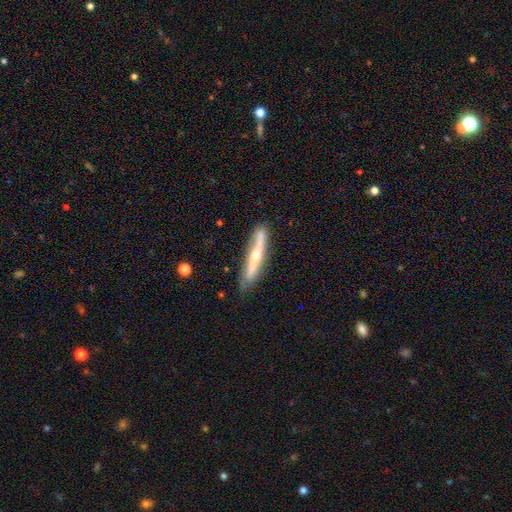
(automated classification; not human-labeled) Overall: featured or disk (67%; smooth 28%). Edge-on disk: yes (82%). Edge-on bulge: rounded (84%). Merging: none (75%).